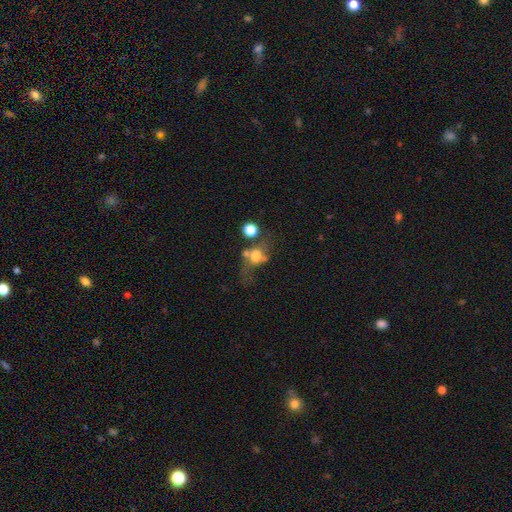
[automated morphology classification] Q: Smooth or featured?
A: smooth (59%); runner-up: featured or disk (27%)
Q: How rounded?
A: round (63%); runner-up: in between (34%)
Q: Merging?
A: none (30%); runner-up: merger (28%)